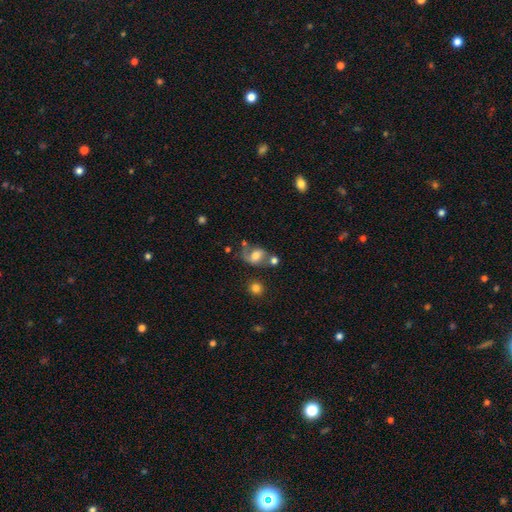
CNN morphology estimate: This appears to be a featured or disk galaxy (50%). Merging: none (41%).